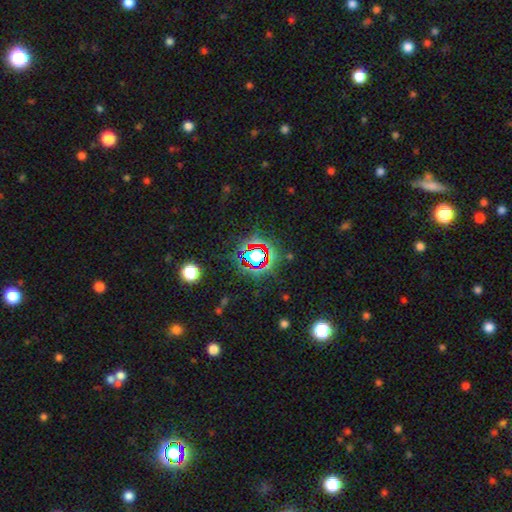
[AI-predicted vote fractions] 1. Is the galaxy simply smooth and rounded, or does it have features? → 74% star or artifact, 15% smooth, 10% featured or disk.